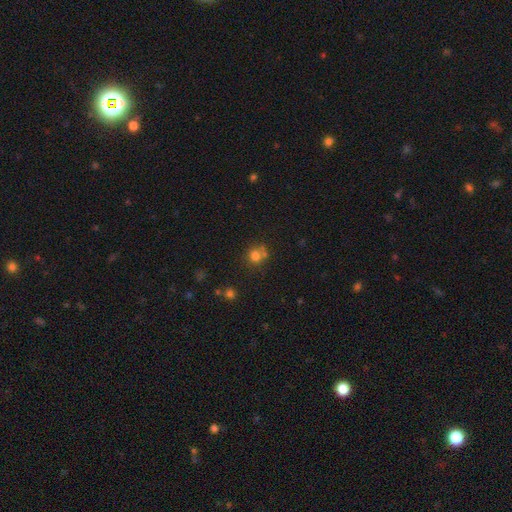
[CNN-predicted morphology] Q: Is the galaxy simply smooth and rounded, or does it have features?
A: smooth — 76%.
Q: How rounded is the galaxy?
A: round — 86%.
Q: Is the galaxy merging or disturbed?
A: none — 61%.